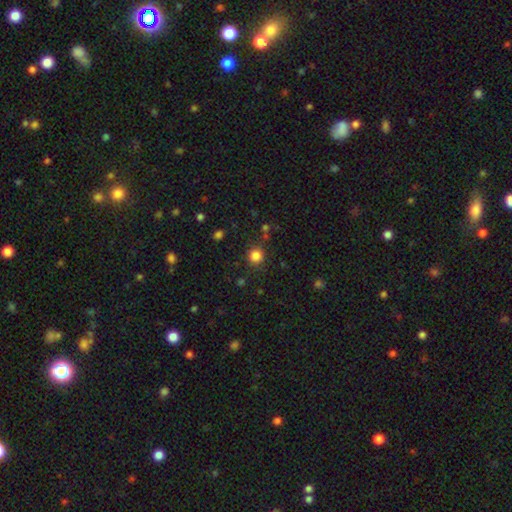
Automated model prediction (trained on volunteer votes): A smooth galaxy with no disk features (83%) that is round (92%). Merging: none (86%).